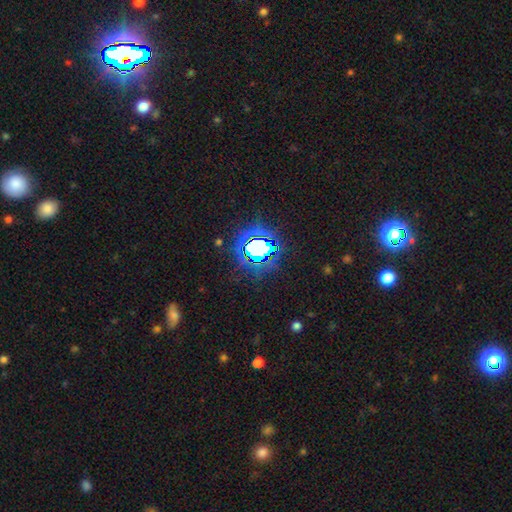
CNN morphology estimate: A star or artifact, not a galaxy (78%).